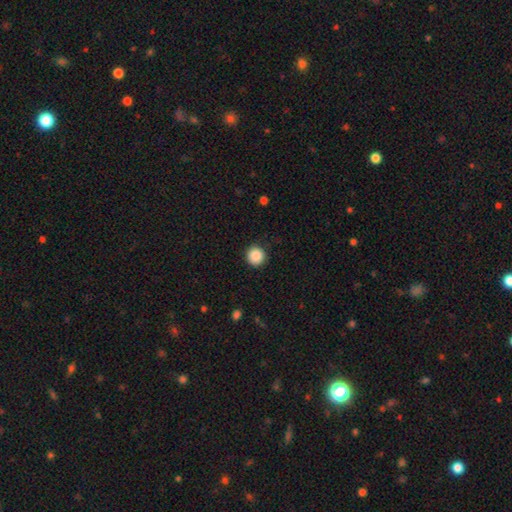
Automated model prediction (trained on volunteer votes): smooth-or-featured: smooth: 88% | star or artifact: 9% | featured or disk: 3%
  how-rounded: round: 95% | in between: 4% | cigar-shaped: 1%
  merging: none: 91% | minor disturbance: 6% | major disturbance: 2% | merger: 1%